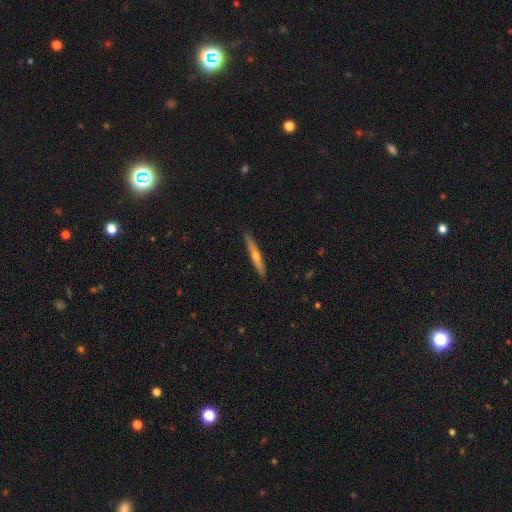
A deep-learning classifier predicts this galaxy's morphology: featured or disk 64%, smooth 30%, star or artifact 6%. Down the decision tree: edge-on disk — yes (96%); edge-on bulge — rounded (83%); merging — none (91%).